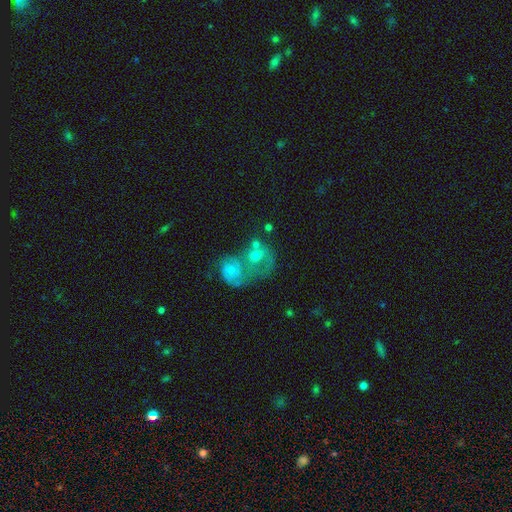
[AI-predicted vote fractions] Smooth or featured: featured or disk — 55% (smooth — 33%)
Edge-on disk: no — 97% (yes — 3%)
Bar: no — 79% (weak — 18%)
Spiral arms: yes — 67% (no — 33%)
Bulge size: small — 44% (moderate — 43%)
Merging: merger — 67% (none — 17%)